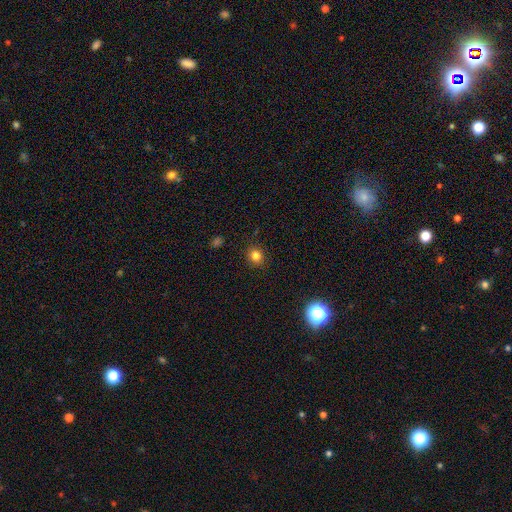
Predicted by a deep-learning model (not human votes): The model was most divided on "how rounded": round: 82%, in between: 17%, cigar-shaped: 1%. More confident: merging — none (90%); smooth or featured — smooth (81%).